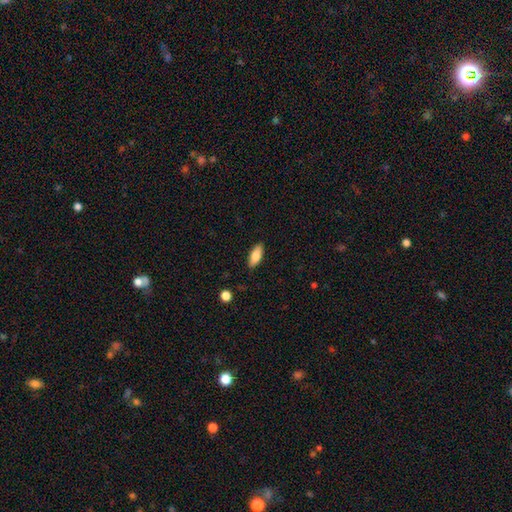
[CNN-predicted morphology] smooth 80%, featured or disk 13%, star or artifact 7%. Down the decision tree: how rounded — in between (77%); merging — none (88%).